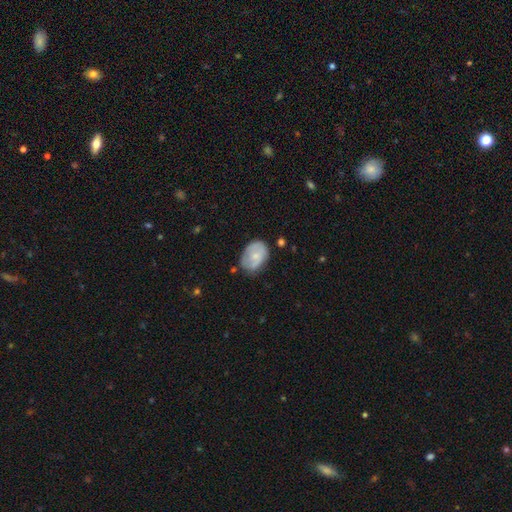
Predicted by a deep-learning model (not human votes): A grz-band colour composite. It shows a smooth galaxy with no disk features (61%) that is in between round and cigar-shaped (74%). Merging: none (60%).